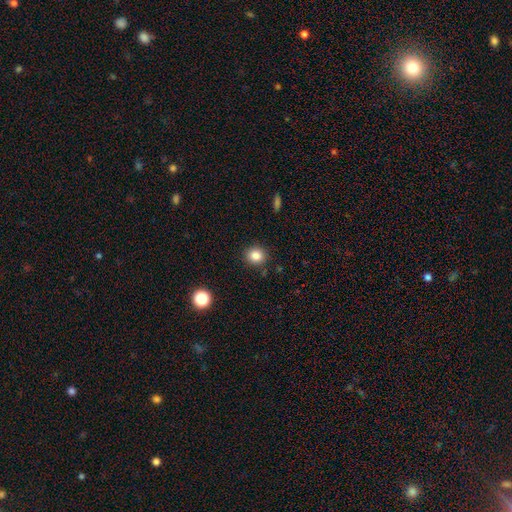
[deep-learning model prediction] Smooth or featured?
  - smooth: 84% *
  - star or artifact: 11%
  - featured or disk: 5%
How rounded?
  - round: 83% *
  - in between: 16%
  - cigar-shaped: 1%
Merging?
  - none: 89% *
  - minor disturbance: 7%
  - major disturbance: 2%
  - merger: 2%